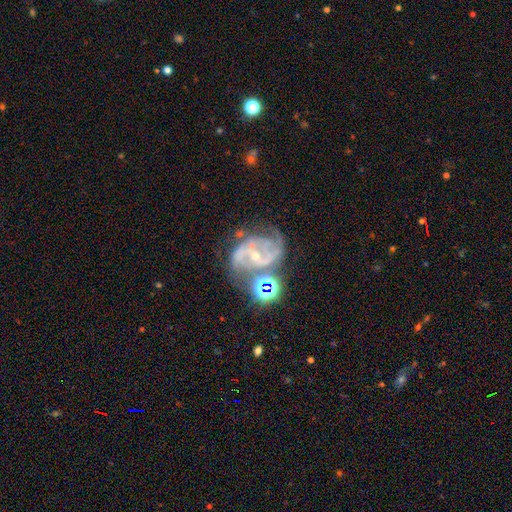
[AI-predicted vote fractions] Smooth or featured?
  - featured or disk: 82% *
  - star or artifact: 11%
  - smooth: 7%
Edge-on disk?
  - no: 97% *
  - yes: 3%
Bar?
  - no: 39% *
  - weak: 36%
  - strong: 25%
Spiral arms?
  - yes: 94% *
  - no: 6%
Spiral winding?
  - medium: 50% *
  - tight: 31%
  - loose: 19%
Spiral arm count?
  - 2: 52% *
  - 3: 18%
  - can't tell: 17%
  - 4: 5%
  - 1: 5%
  - more than 4: 4%
Bulge size?
  - small: 68% *
  - moderate: 28%
  - none: 2%
  - large: 1%
  - dominant: 1%
Merging?
  - none: 46% *
  - minor disturbance: 23%
  - major disturbance: 19%
  - merger: 13%